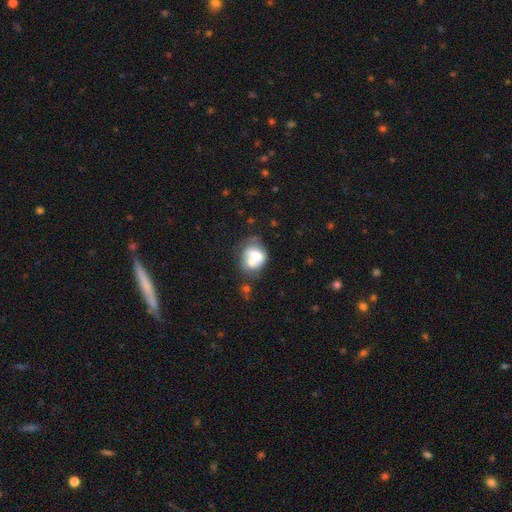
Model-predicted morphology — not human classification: Smooth or featured: smooth — 58% (featured or disk — 33%)
How rounded: round — 50% (in between — 49%)
Merging: merger — 53% (none — 24%)